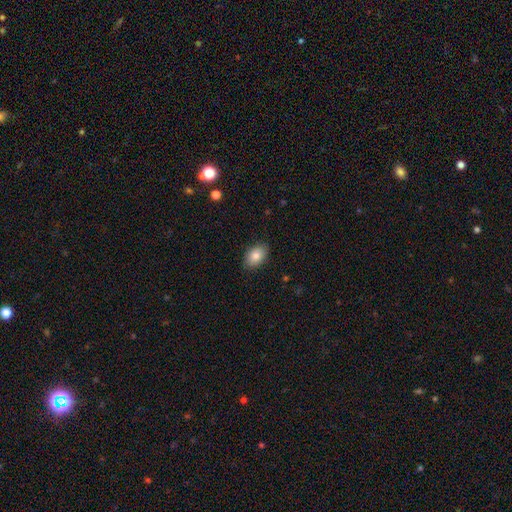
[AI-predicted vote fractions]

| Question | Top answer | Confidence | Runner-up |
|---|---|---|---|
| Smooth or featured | smooth | 84% | featured or disk (8%) |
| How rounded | in between | 87% | round (12%) |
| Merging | none | 87% | minor disturbance (10%) |